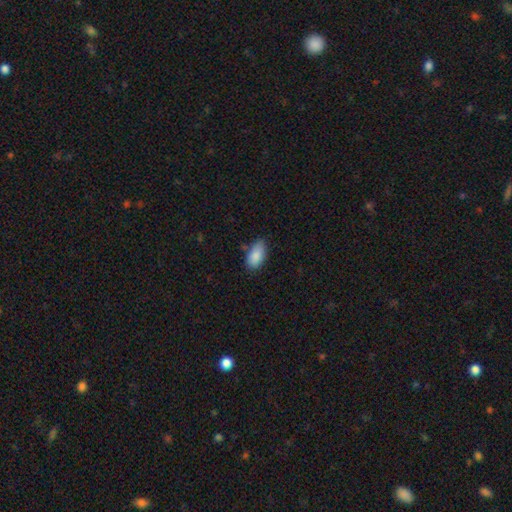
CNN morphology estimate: The model was most divided on "merging": none: 67%, minor disturbance: 25%, major disturbance: 4%, merger: 3%. More confident: how rounded — in between (93%); smooth or featured — smooth (87%).